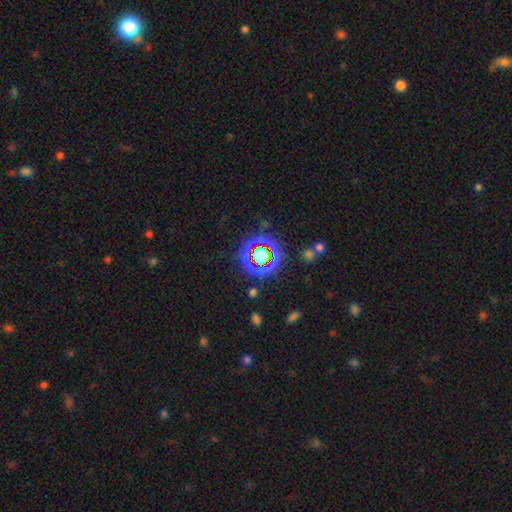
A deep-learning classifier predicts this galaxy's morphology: Smooth or featured? Predicted: star or artifact (p=0.76).